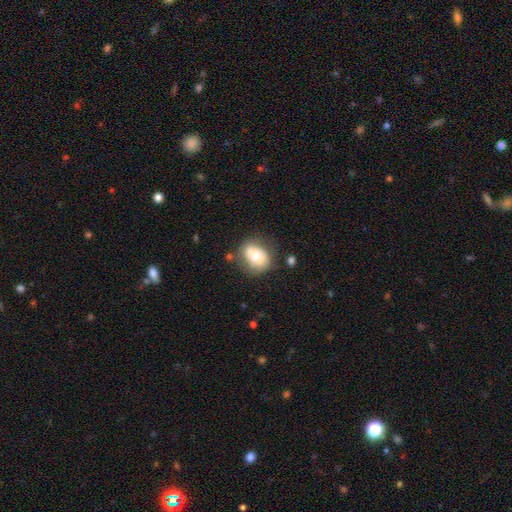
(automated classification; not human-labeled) A smooth galaxy with no disk features (62%) that is in between round and cigar-shaped (57%). Merging: none (65%).